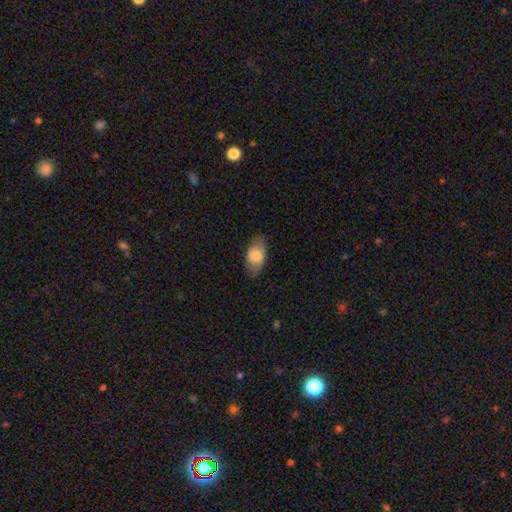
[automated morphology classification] Smooth or featured? Predicted: smooth (p=0.78). How rounded? Predicted: in between (p=0.92). Merging? Predicted: none (p=0.78).